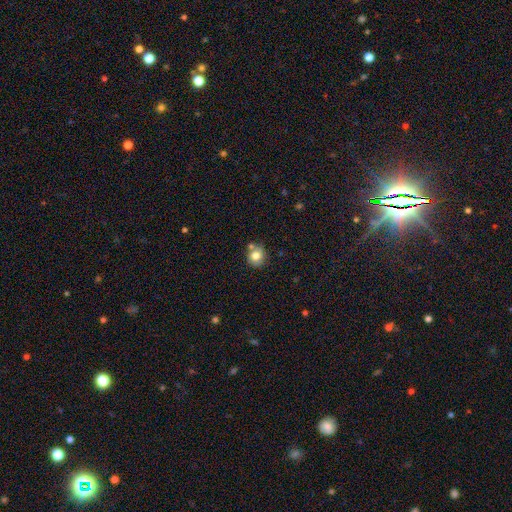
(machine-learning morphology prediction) A smooth galaxy with no disk features (77%) that is round (84%).

Vote fractions:
- Smooth or featured? smooth: 77% / featured or disk: 12% / star or artifact: 10%
- How rounded? round: 84% / in between: 16% / cigar-shaped: 1%
- Merging? none: 67% / merger: 17% / minor disturbance: 13% / major disturbance: 3%